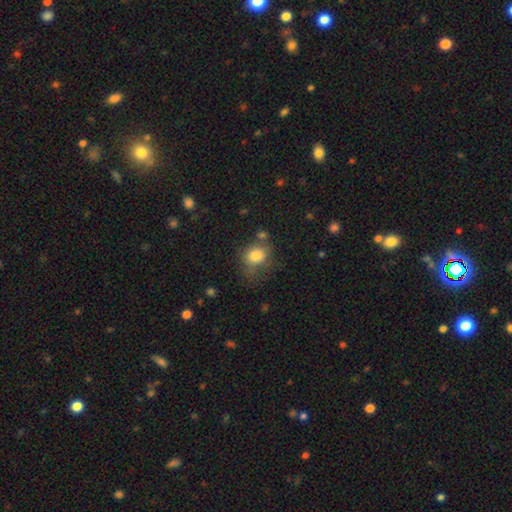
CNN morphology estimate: Q: Smooth or featured?
A: smooth (81%); runner-up: featured or disk (10%)
Q: How rounded?
A: round (53%); runner-up: in between (46%)
Q: Merging?
A: none (49%); runner-up: minor disturbance (26%)